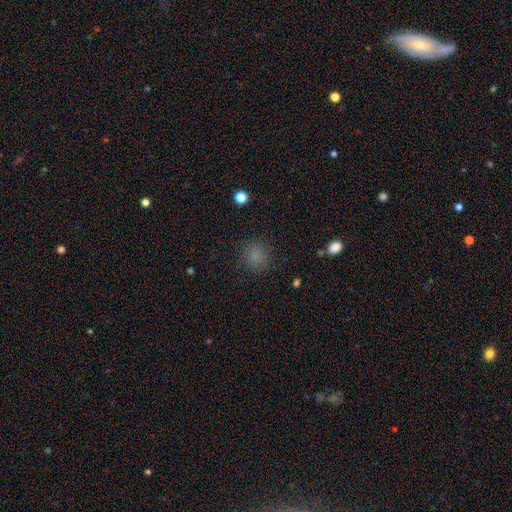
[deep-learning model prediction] The model was most divided on "smooth or featured": smooth: 81%, star or artifact: 14%, featured or disk: 5%. More confident: how rounded — round (85%); merging — none (85%).